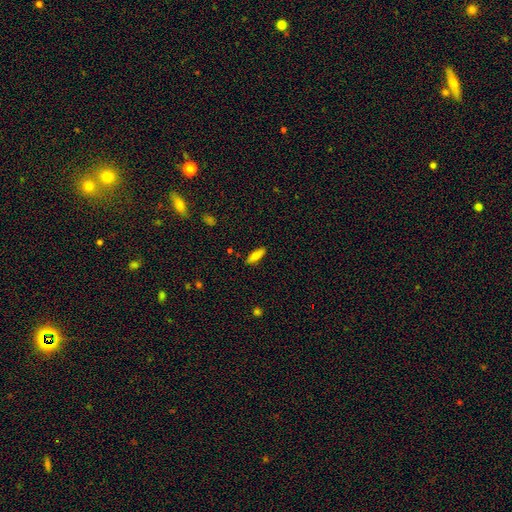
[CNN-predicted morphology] smooth-or-featured: smooth: 80% | featured or disk: 13% | star or artifact: 8%
  how-rounded: in between: 61% | cigar-shaped: 37% | round: 2%
  merging: none: 86% | minor disturbance: 10% | major disturbance: 2% | merger: 1%